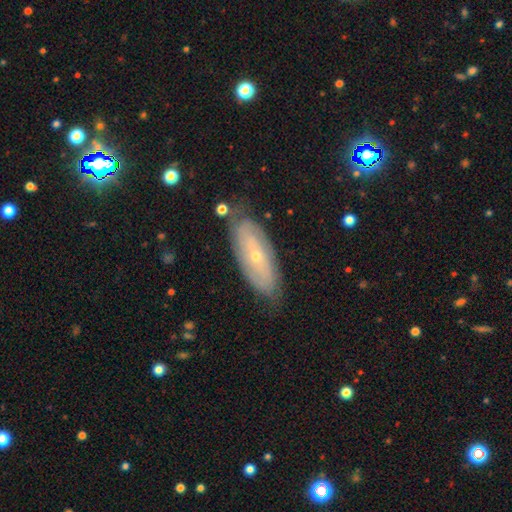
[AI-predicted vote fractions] Smooth or featured: featured or disk — 64% (smooth — 28%)
Edge-on disk: no — 82% (yes — 18%)
Bar: no — 79% (weak — 16%)
Spiral arms: yes — 65% (no — 35%)
Bulge size: small — 75% (moderate — 23%)
Merging: none — 77% (minor disturbance — 17%)